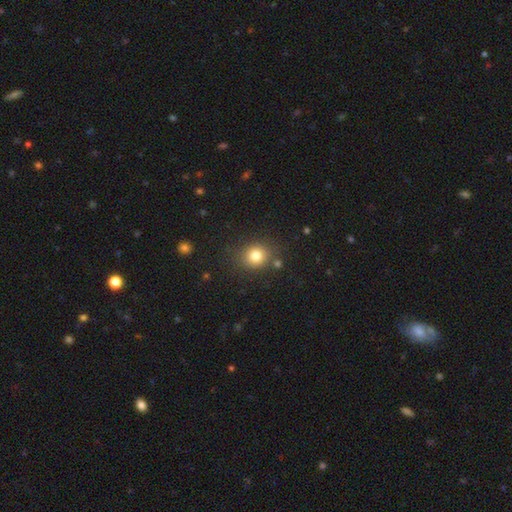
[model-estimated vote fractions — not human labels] Smooth or featured: smooth — 81% (star or artifact — 12%)
How rounded: round — 75% (in between — 24%)
Merging: none — 81% (minor disturbance — 11%)